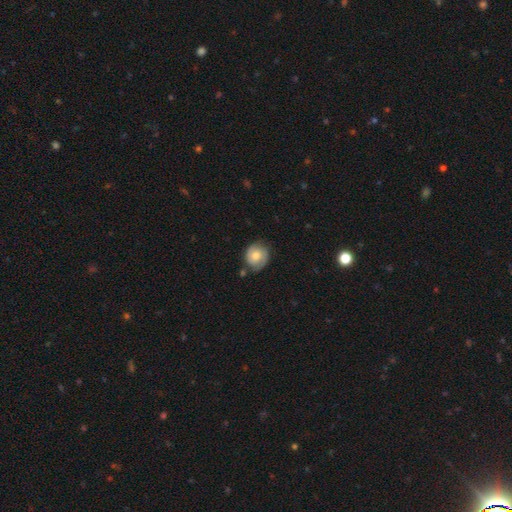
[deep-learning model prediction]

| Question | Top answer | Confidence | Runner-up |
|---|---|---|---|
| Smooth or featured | smooth | 51% | featured or disk (42%) |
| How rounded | round | 78% | in between (21%) |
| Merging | none | 68% | minor disturbance (22%) |